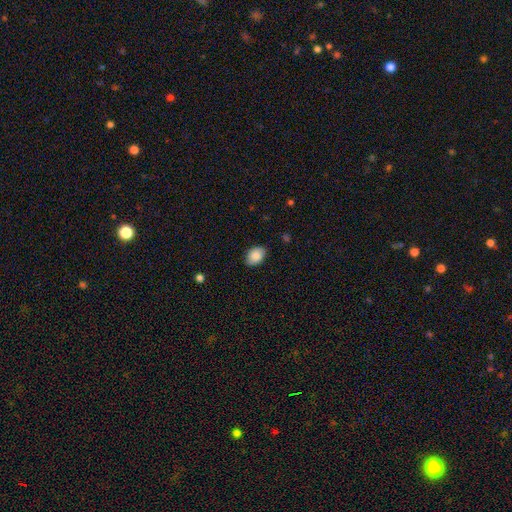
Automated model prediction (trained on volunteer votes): Smooth or featured? Predicted: smooth (p=0.87). How rounded? Predicted: in between (p=0.79). Merging? Predicted: none (p=0.83).